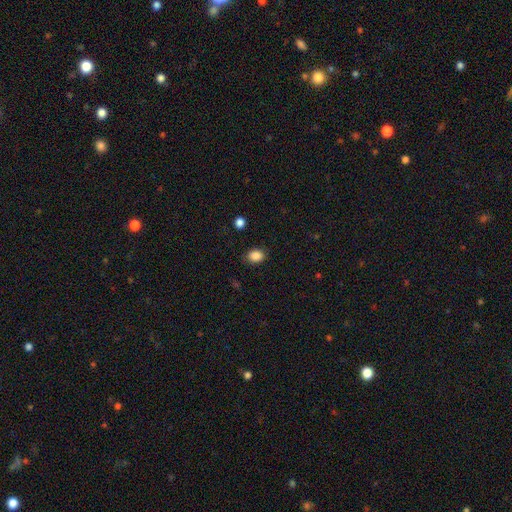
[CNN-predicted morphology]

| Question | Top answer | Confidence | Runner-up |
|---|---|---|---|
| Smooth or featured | smooth | 87% | star or artifact (10%) |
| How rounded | in between | 64% | round (35%) |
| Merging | none | 85% | minor disturbance (11%) |